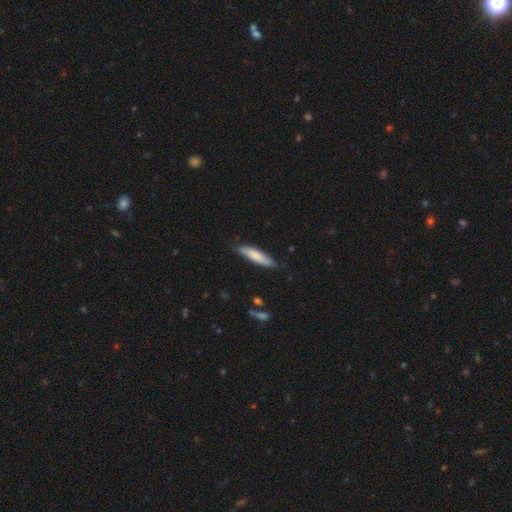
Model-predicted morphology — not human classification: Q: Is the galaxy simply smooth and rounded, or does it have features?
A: smooth — 75%.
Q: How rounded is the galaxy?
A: cigar-shaped — 77%.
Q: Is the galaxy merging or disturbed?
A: none — 77%.